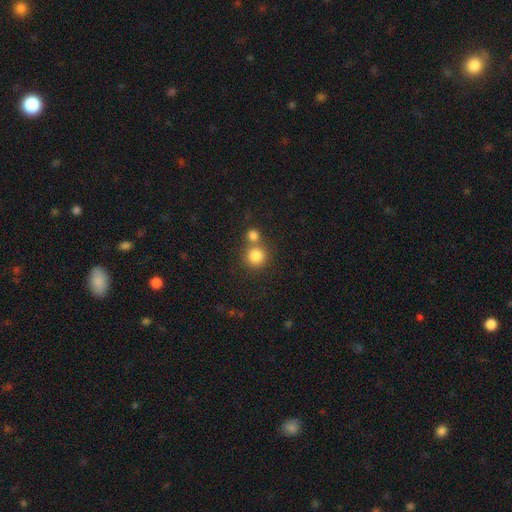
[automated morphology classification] Overall: smooth (82%). How rounded: round (92%). Merging: none (57%; merger 33%).